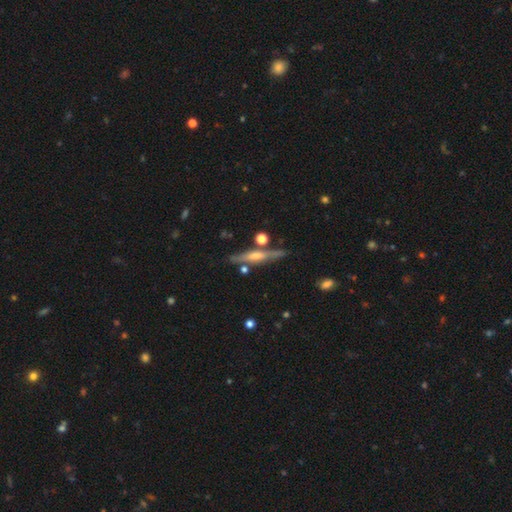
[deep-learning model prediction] smooth-or-featured: featured or disk: 66% | smooth: 27% | star or artifact: 7%
  disk-edge-on: yes: 95% | no: 5%
    edge-on-bulge: rounded: 62% | boxy: 19% | none: 19%
  merging: none: 80% | minor disturbance: 12% | merger: 5% | major disturbance: 3%